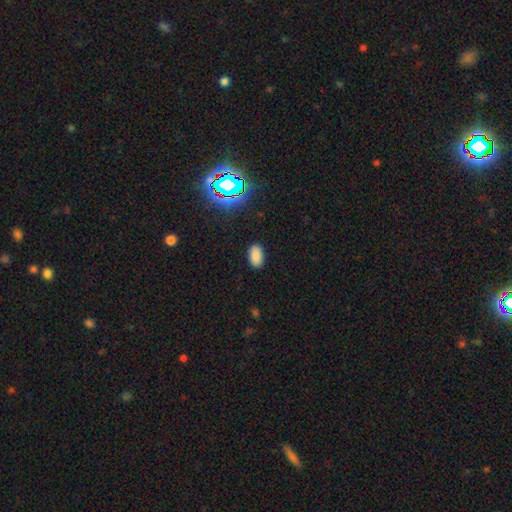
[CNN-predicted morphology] Smooth or featured? Predicted: smooth (p=0.82). How rounded? Predicted: in between (p=0.93). Merging? Predicted: none (p=0.87).